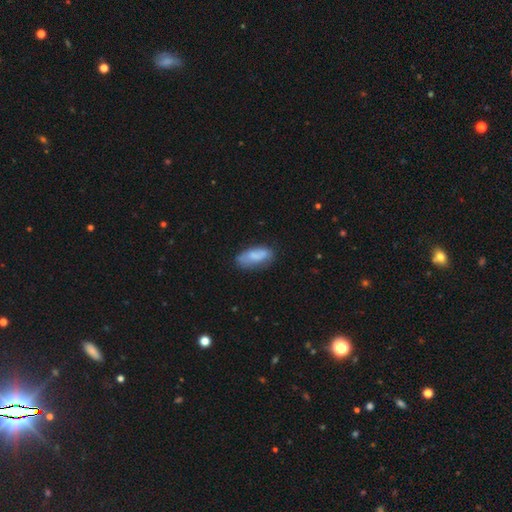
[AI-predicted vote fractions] Q: Smooth or featured?
A: smooth (72%); runner-up: featured or disk (21%)
Q: How rounded?
A: in between (81%); runner-up: cigar-shaped (17%)
Q: Merging?
A: none (61%); runner-up: minor disturbance (26%)